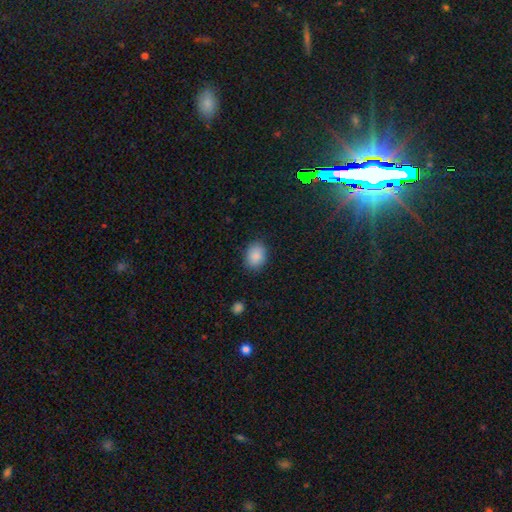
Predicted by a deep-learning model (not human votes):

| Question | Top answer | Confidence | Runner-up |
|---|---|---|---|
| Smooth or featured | smooth | 88% | star or artifact (8%) |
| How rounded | in between | 61% | round (38%) |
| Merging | none | 85% | minor disturbance (11%) |